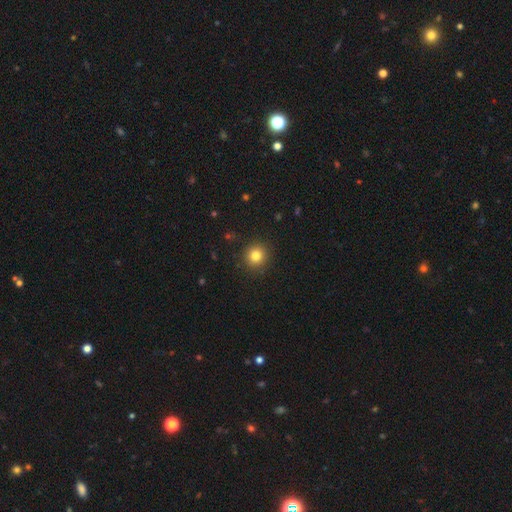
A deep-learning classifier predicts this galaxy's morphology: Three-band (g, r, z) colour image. It shows a smooth galaxy with no disk features (82%) that is round (92%). Merging: none (91%).